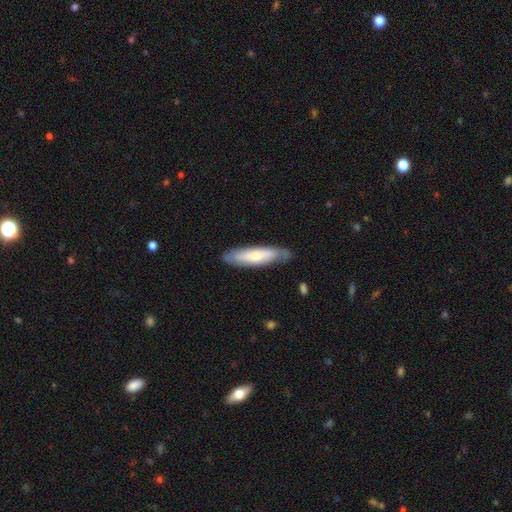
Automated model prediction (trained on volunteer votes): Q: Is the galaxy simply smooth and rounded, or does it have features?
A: smooth — 58%.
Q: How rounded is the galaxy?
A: cigar-shaped — 66%.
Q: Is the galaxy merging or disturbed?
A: none — 75%.